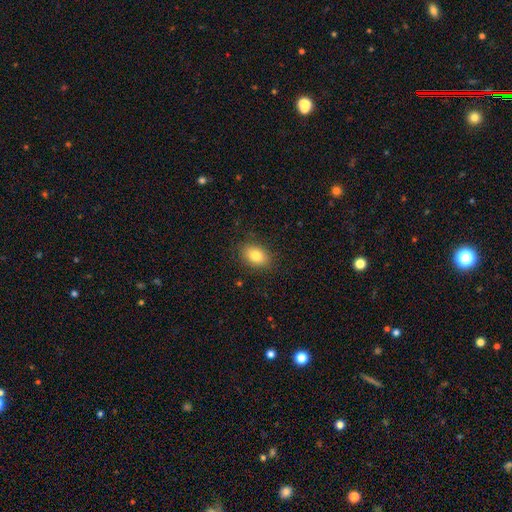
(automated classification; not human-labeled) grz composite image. It shows a smooth galaxy with no disk features (81%) that is in between round and cigar-shaped (79%). Merging: none (87%).